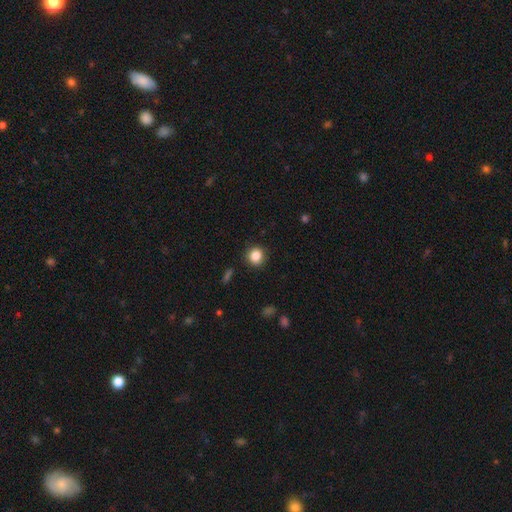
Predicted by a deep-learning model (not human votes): Overall: smooth (86%). How rounded: round (87%). Merging: none (89%).